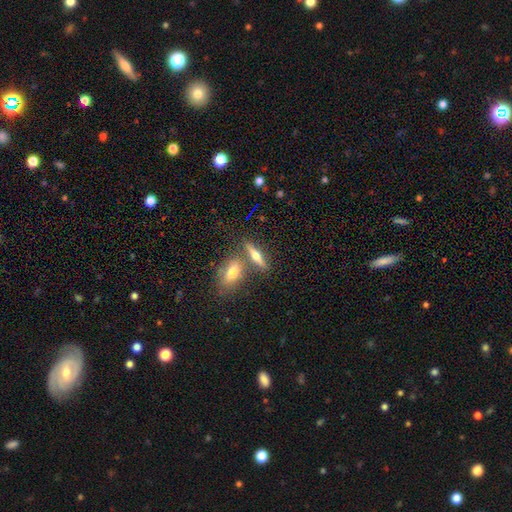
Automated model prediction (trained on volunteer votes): Smooth or featured: featured or disk — 56% (smooth — 35%)
Edge-on disk: yes — 92% (no — 8%)
Edge-on bulge: rounded — 95% (none — 3%)
Merging: none — 67% (merger — 20%)